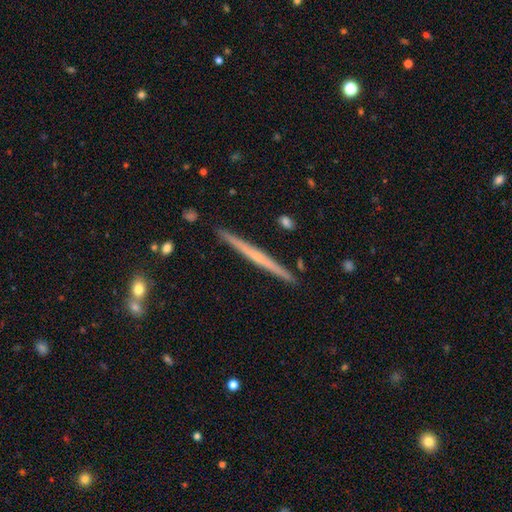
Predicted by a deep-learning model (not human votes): smooth_or_featured: featured or disk (p=0.60) [alt: smooth p=0.35]
disk_edge_on: yes (p=0.98) [alt: no p=0.02]
edge_on_bulge: none (p=0.77) [alt: rounded p=0.18]
merging: none (p=0.92) [alt: minor disturbance p=0.06]